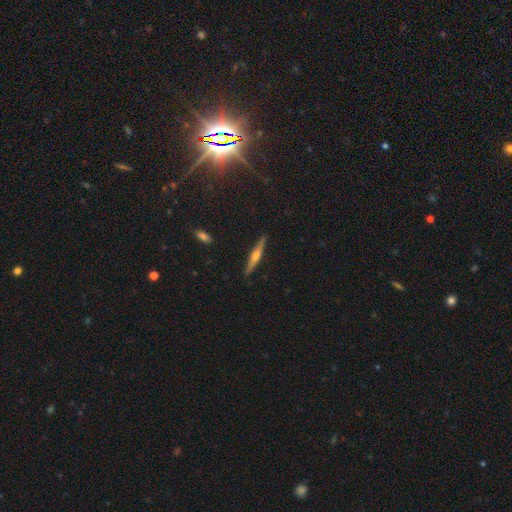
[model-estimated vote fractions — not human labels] A featured or disk galaxy (68%) viewed edge-on (98%) with a rounded central bulge (84%). Merging: none (91%).